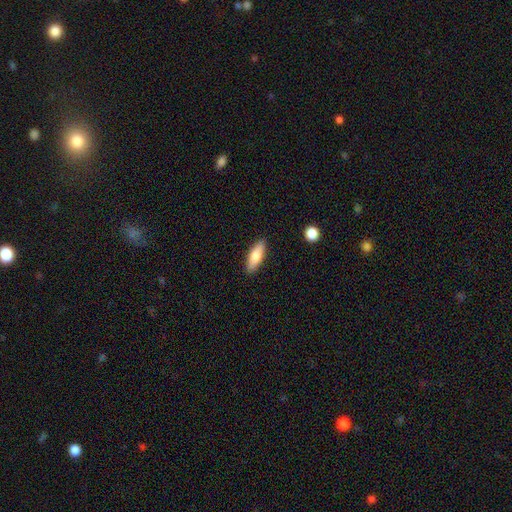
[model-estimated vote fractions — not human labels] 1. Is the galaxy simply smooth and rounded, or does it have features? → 76% smooth, 18% featured or disk, 6% star or artifact.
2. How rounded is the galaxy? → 59% in between, 39% cigar-shaped, 2% round.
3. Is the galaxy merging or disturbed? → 89% none, 8% minor disturbance, 2% major disturbance, 1% merger.